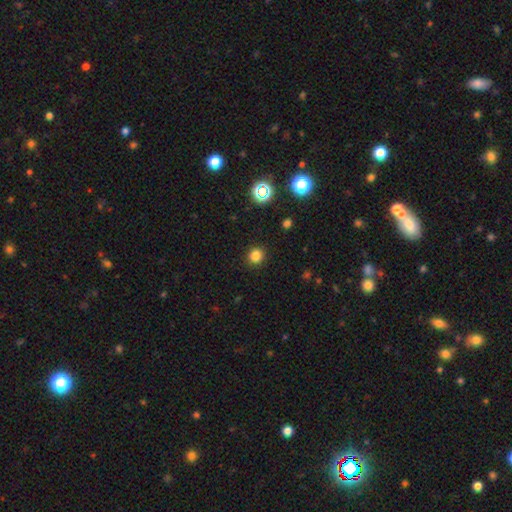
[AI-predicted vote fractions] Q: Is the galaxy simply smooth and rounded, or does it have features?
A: smooth — 81%.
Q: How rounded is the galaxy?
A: round — 90%.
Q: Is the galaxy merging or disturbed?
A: none — 92%.